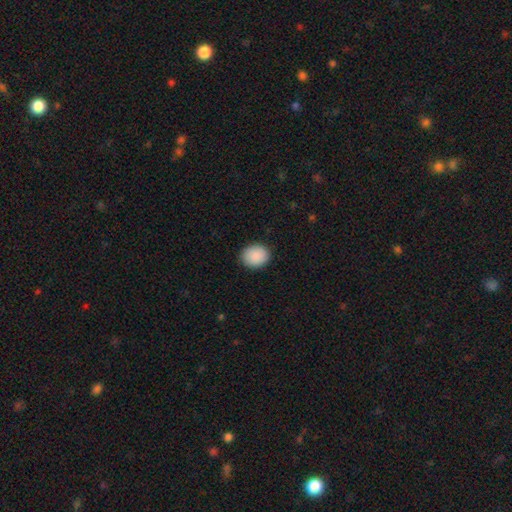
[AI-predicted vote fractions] The model was most divided on "how rounded": round: 59%, in between: 40%, cigar-shaped: 1%. More confident: smooth or featured — smooth (90%); merging — none (89%).